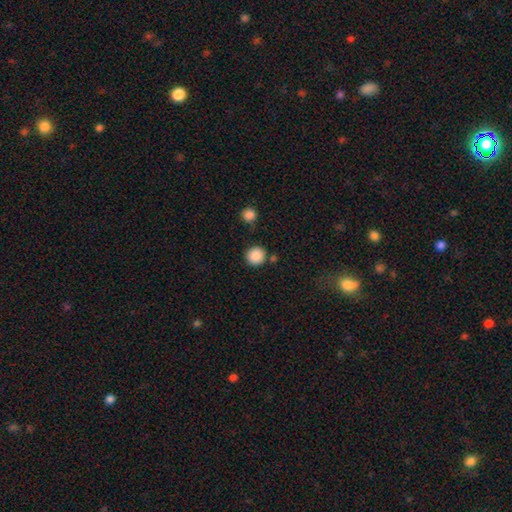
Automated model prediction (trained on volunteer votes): Smooth or featured?
  - smooth: 88% *
  - star or artifact: 9%
  - featured or disk: 3%
How rounded?
  - round: 93% *
  - in between: 6%
  - cigar-shaped: 1%
Merging?
  - none: 84% *
  - minor disturbance: 8%
  - merger: 5%
  - major disturbance: 3%